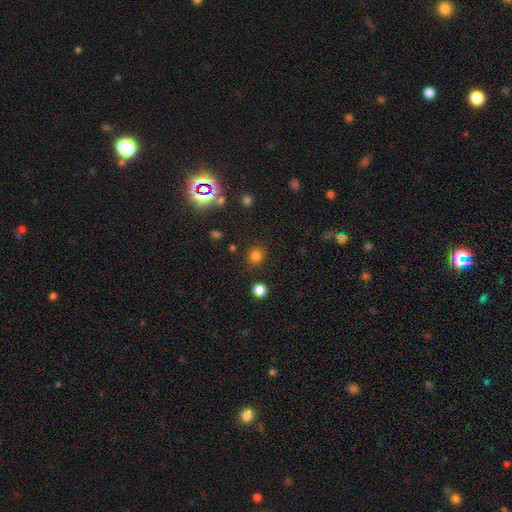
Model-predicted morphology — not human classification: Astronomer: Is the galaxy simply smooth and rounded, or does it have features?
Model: smooth — 78%.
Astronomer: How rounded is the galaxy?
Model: round — 87%.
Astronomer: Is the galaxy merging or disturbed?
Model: none — 87%.